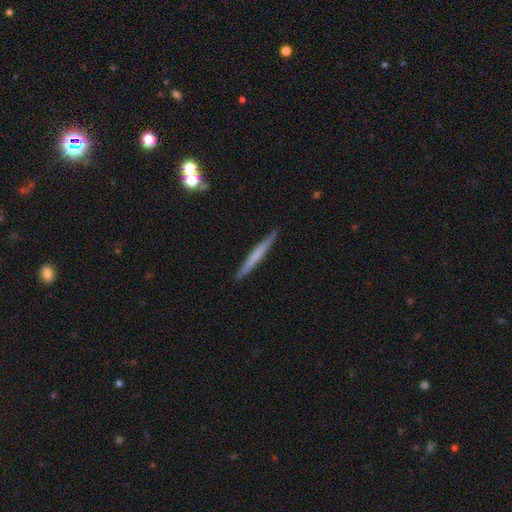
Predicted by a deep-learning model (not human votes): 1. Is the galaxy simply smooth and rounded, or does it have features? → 53% smooth, 41% featured or disk, 6% star or artifact.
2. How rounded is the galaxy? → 97% cigar-shaped, 2% in between, 1% round.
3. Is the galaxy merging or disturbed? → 92% none, 6% minor disturbance, 1% major disturbance, 1% merger.